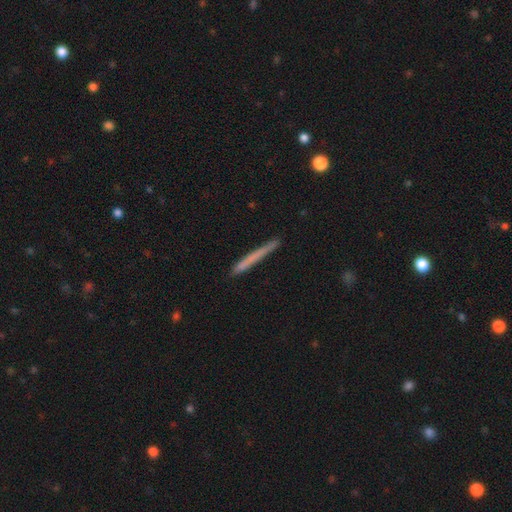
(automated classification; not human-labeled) Morphology: type=smooth (64%); roundness=cigar-shaped (97%); merging=none (86%).